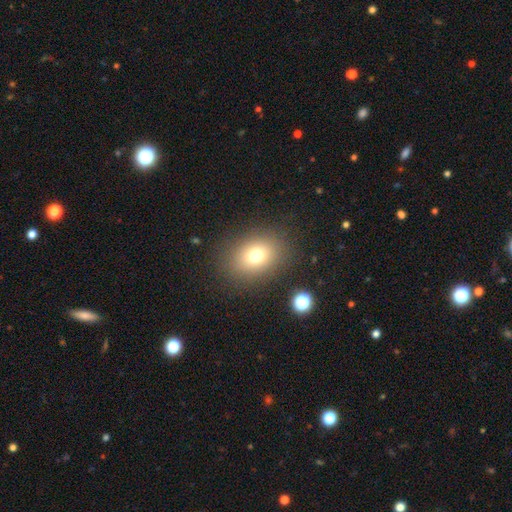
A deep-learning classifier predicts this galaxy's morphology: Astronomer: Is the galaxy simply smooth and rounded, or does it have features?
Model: smooth — 74%.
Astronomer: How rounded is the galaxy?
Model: in between — 59% (runner-up: round, 40%).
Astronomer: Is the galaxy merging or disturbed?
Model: none — 85%.